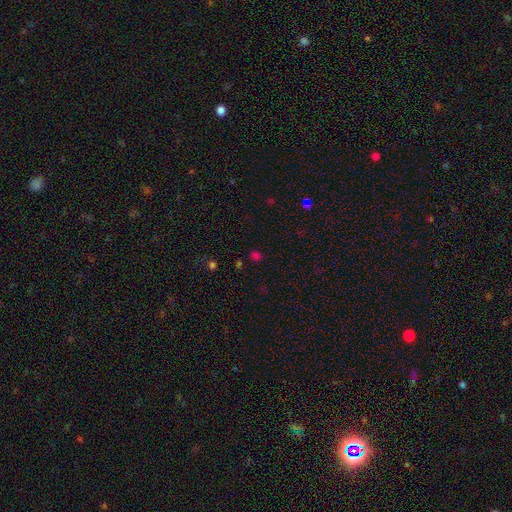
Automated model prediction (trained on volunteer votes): A smooth galaxy with no disk features (53%) that is round (64%). Merging: none (76%).